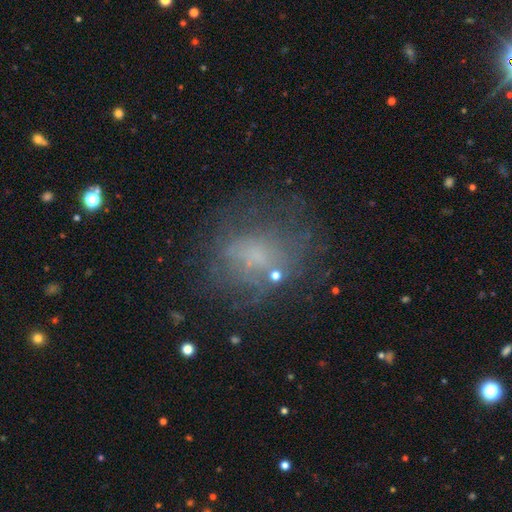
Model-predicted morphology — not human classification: Overall: smooth (40%, tied with featured or disk). Merging: none (58%; major disturbance 20%).